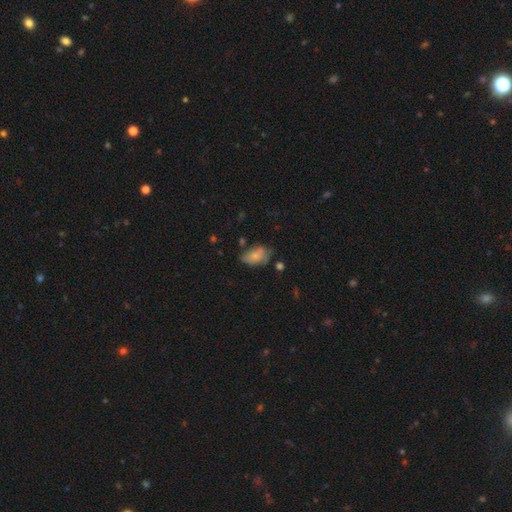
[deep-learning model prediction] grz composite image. It shows a smooth galaxy with no disk features (76%) that is in between round and cigar-shaped (90%). Merging: none (50%).